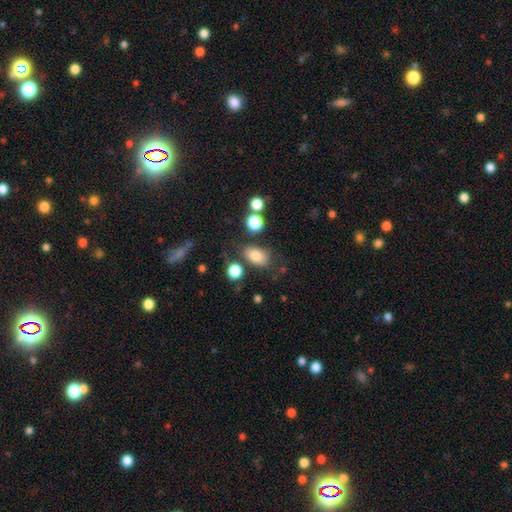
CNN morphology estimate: Overall: smooth (81%). How rounded: in between (85%). Merging: none (71%).